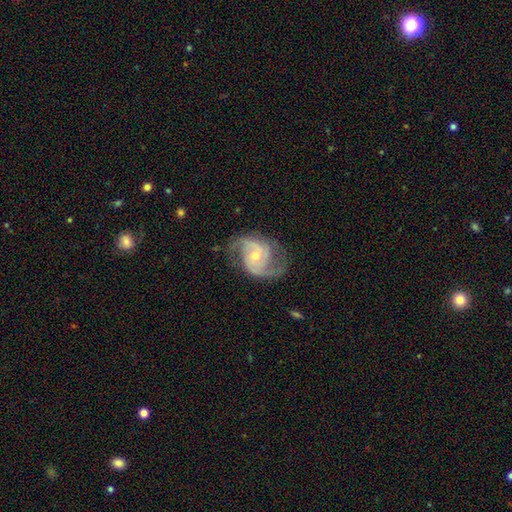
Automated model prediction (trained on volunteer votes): Overall: featured or disk (88%). Edge-on disk: no (97%). Bar: no (62%; weak 31%). Spiral arms: yes (97%). Spiral arm count: 2 (81%). Spiral winding: medium (52%; tight 24%). Bulge size: moderate (51%; small 44%). Merging: none (68%).